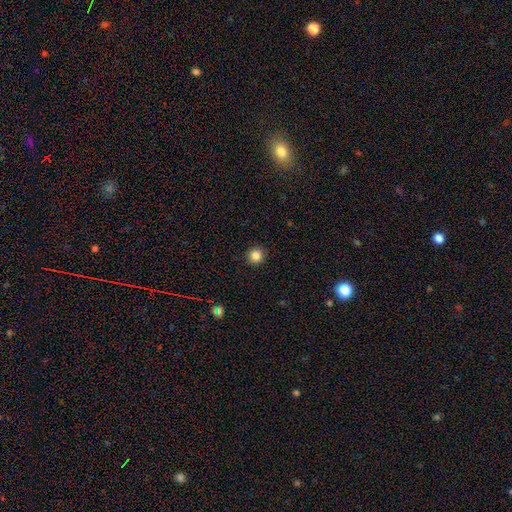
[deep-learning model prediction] A smooth galaxy with no disk features (84%) that is round (95%). Merging: none (92%).